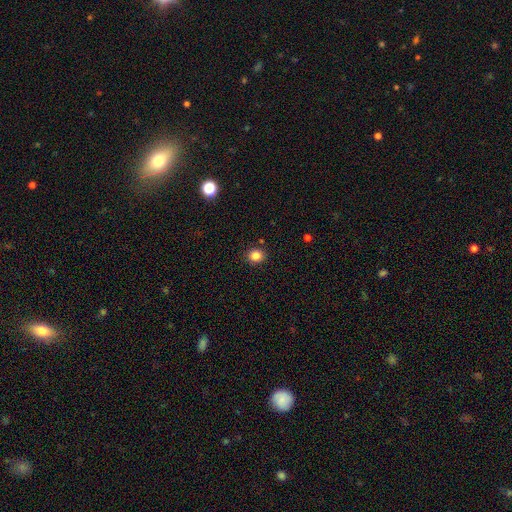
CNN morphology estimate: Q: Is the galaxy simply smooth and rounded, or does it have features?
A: smooth — 84%.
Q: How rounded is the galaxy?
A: round — 81%.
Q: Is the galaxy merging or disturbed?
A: none — 89%.